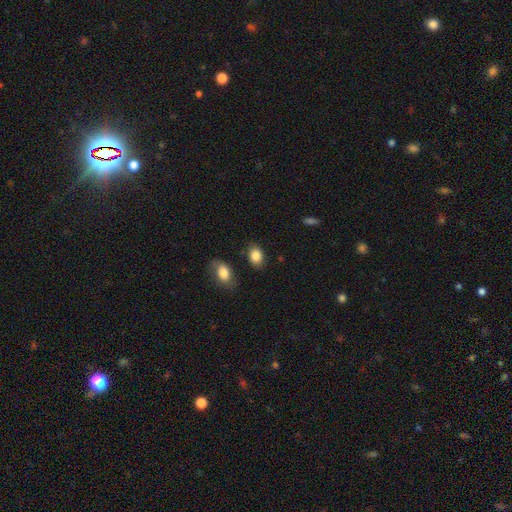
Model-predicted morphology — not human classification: The model was most divided on "how rounded": in between: 69%, round: 30%, cigar-shaped: 1%. More confident: smooth or featured — smooth (85%); merging — none (81%).